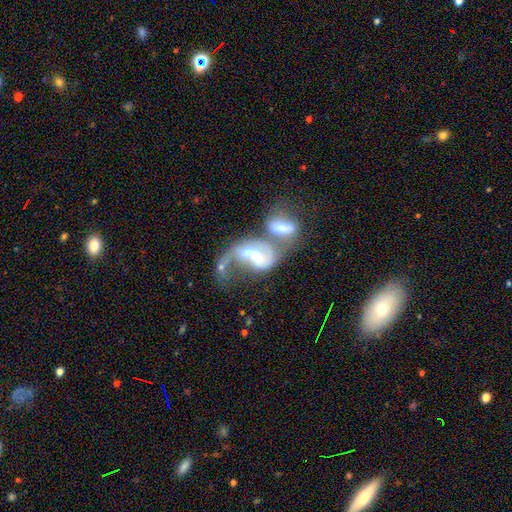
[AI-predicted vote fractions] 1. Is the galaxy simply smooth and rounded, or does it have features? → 73% featured or disk, 19% smooth, 8% star or artifact.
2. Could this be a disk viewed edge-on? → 96% no, 4% yes.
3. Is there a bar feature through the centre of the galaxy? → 40% weak, 37% no, 23% strong.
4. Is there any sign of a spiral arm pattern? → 84% yes, 16% no.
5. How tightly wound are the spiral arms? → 62% loose, 27% medium, 11% tight.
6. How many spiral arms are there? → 53% 2, 34% 1, 9% can't tell, 1% 3, 1% 4, 1% more than 4.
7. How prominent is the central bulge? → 41% moderate, 37% small, 12% none, 7% large, 2% dominant.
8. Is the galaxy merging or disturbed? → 71% merger, 15% major disturbance, 9% none, 5% minor disturbance.